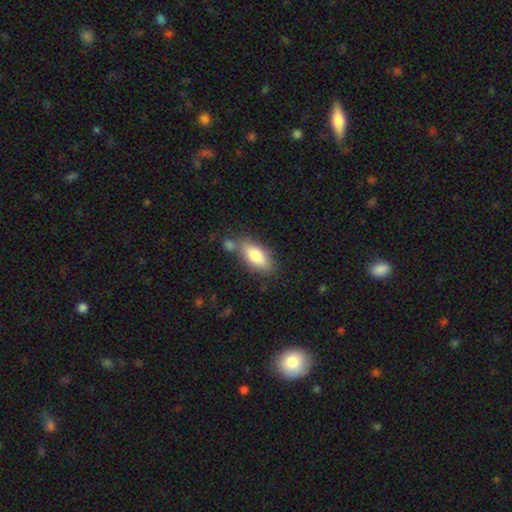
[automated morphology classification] This is likely a smooth galaxy (77%). How rounded: clearly in between (83%). Merging: likely none (64%).